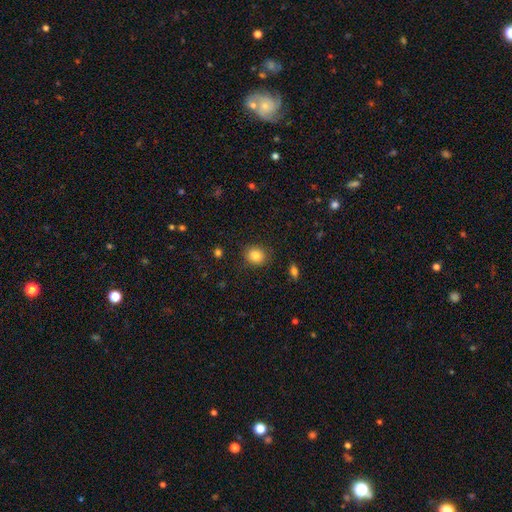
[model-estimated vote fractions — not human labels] This is clearly a smooth galaxy (85%). How rounded: likely round (64%). Merging: clearly none (86%).